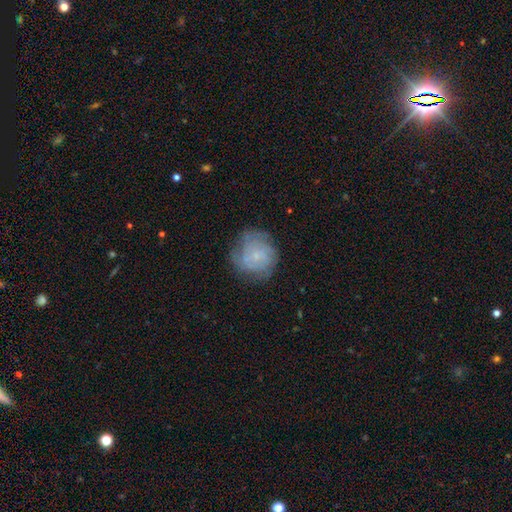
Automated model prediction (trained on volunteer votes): This is likely a featured or disk galaxy (62%). It is clearly not viewed edge-on (98%). Bar: likely no (77%). Spiral arm pattern: clearly yes (86%). Spiral arm count: marginally can't tell (42%). Spiral winding: likely tight (64%). Central bulge: likely small (71%). Merging: likely none (68%).